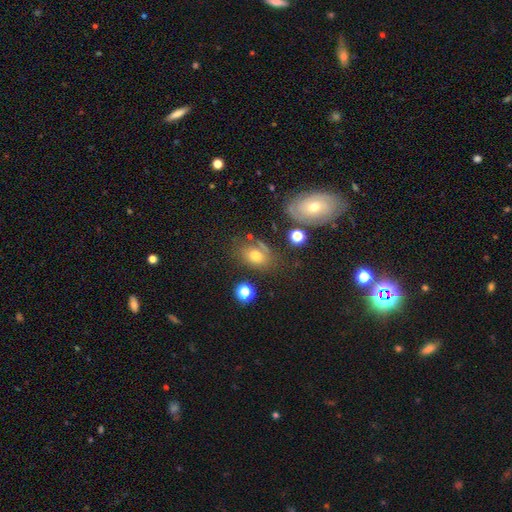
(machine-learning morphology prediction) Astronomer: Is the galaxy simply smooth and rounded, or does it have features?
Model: smooth — 58%.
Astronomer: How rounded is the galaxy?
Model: in between — 70%.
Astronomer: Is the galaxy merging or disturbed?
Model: none — 57%.